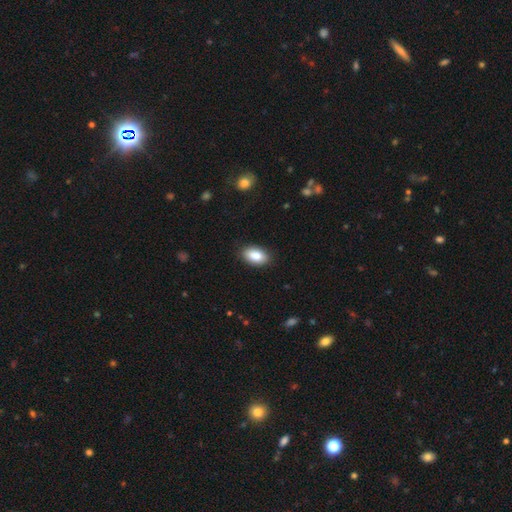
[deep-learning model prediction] Smooth or featured? smooth (85%)
How rounded? in between (92%)
Merging? none (87%)